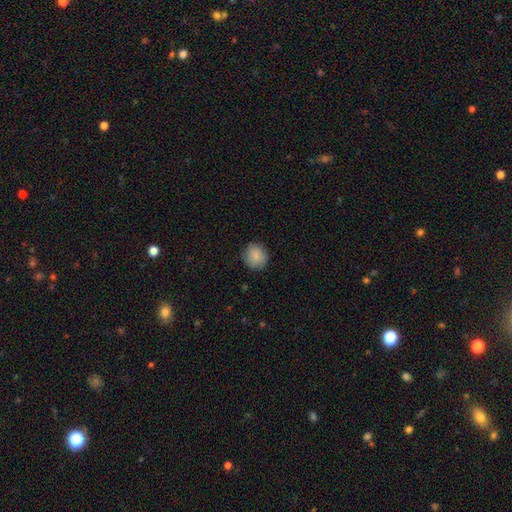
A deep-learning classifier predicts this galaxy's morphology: This is clearly a smooth galaxy (87%). How rounded: clearly round (85%). Merging: clearly none (84%).